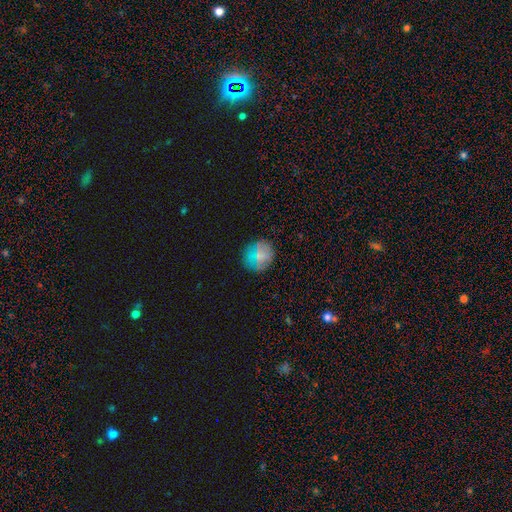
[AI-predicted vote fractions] This appears to be a smooth galaxy with no disk features (66%) that is round (85%). Merging: none (83%).